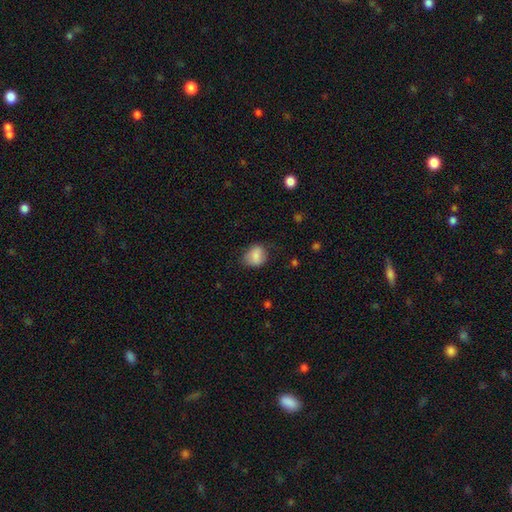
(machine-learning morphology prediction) Smooth or featured? smooth (82%)
How rounded? round (55%)
Merging? none (67%)